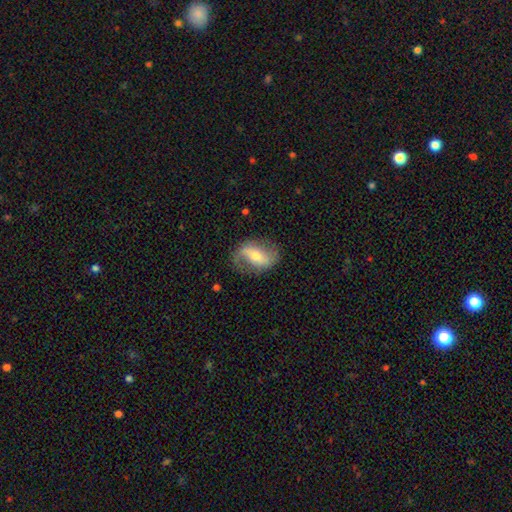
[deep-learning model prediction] This appears to be a featured or disk galaxy (75%) with a strong bar (36%, tied with weak), 2 (80%) loose (58%) spiral arms (88%) and a moderate central bulge (55%). Merging: none (73%).